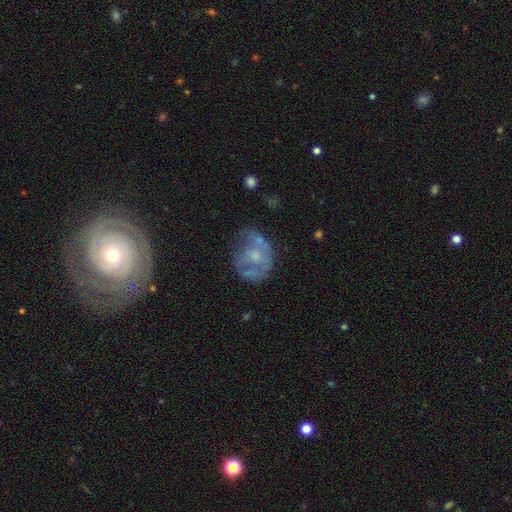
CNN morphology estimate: Smooth or featured: featured or disk — 56% (smooth — 35%)
Edge-on disk: no — 97% (yes — 3%)
Bar: no — 75% (weak — 21%)
Spiral arms: no — 63% (yes — 37%)
Bulge size: moderate — 43% (small — 32%)
Merging: none — 37% (major disturbance — 29%)